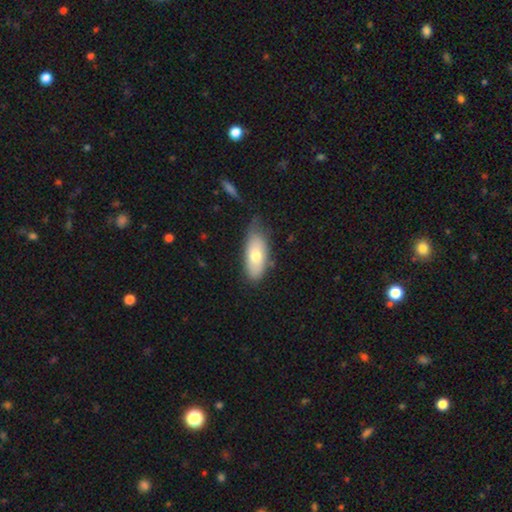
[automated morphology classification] This appears to be a smooth galaxy with no disk features (71%) that is in between round and cigar-shaped (84%). Merging: none (58%).